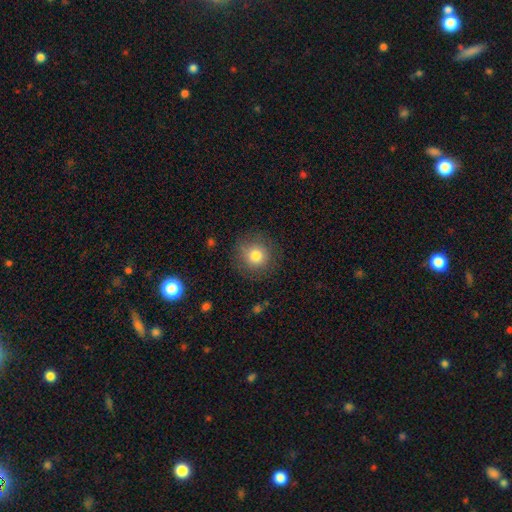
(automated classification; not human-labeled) Smooth or featured: smooth — 80% (star or artifact — 11%)
How rounded: round — 93% (in between — 6%)
Merging: none — 85% (minor disturbance — 10%)